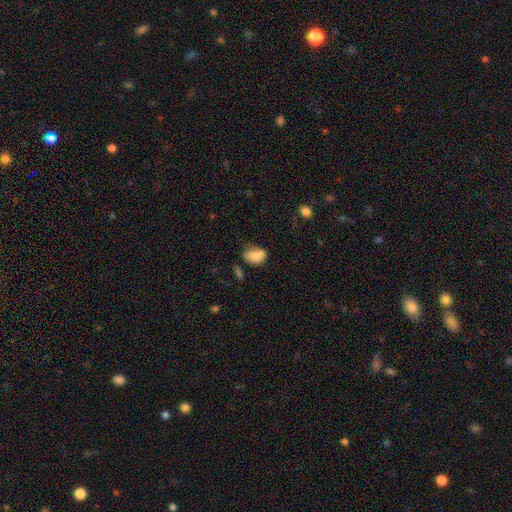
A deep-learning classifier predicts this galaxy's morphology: Smooth or featured? smooth (80%)
How rounded? in between (78%)
Merging? none (48%)